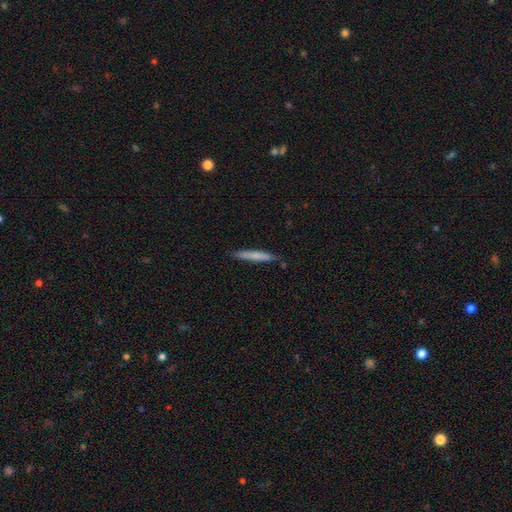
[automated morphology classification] The model was most divided on "smooth or featured": smooth: 70%, featured or disk: 24%, star or artifact: 5%. More confident: how rounded — cigar-shaped (95%); merging — none (85%).